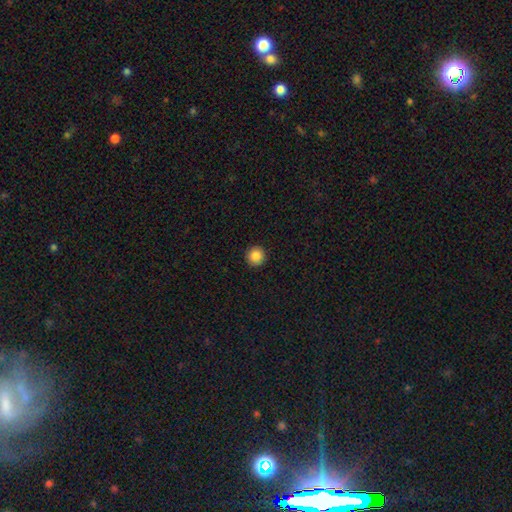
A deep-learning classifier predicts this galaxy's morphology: Smooth or featured: smooth — 86% (star or artifact — 10%)
How rounded: round — 95% (in between — 4%)
Merging: none — 93% (minor disturbance — 5%)